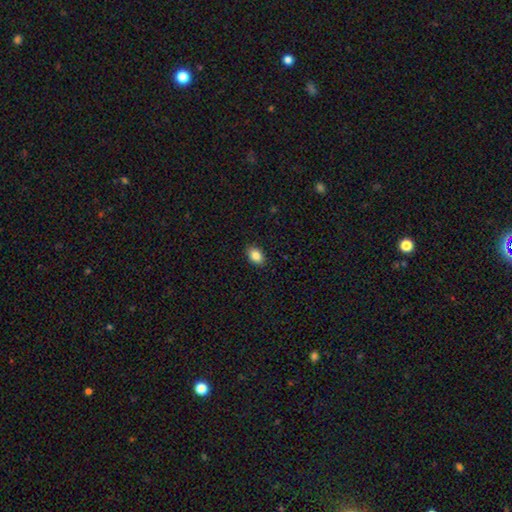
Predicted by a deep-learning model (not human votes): smooth 86%, star or artifact 8%, featured or disk 5%. Down the decision tree: how rounded — in between (82%); merging — none (89%).